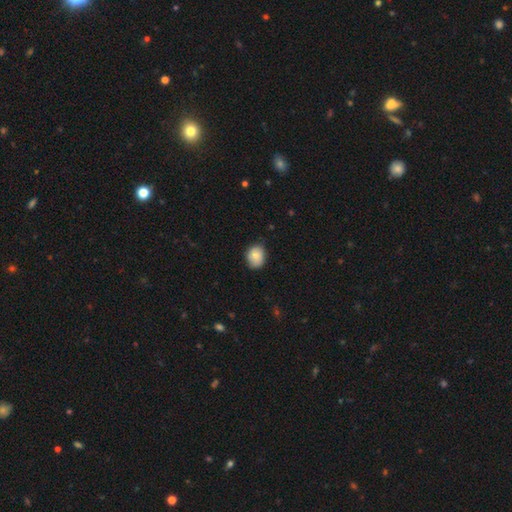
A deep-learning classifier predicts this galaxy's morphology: type=smooth (82%); roundness=round (50%); merging=none (78%).